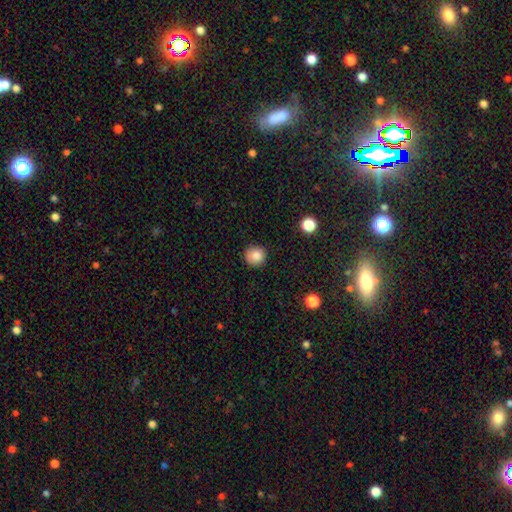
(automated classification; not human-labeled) This appears to be a smooth galaxy with no disk features (84%) that is round (92%). Merging: none (89%).